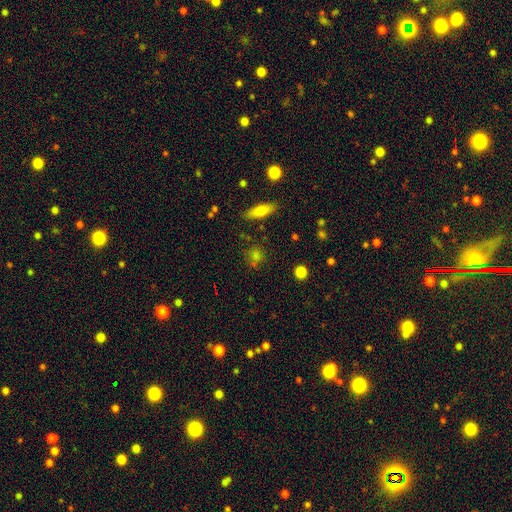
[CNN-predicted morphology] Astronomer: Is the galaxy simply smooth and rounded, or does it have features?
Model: smooth — 65%.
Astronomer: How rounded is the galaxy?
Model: round — 61%.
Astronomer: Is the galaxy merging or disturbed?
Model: none — 77%.